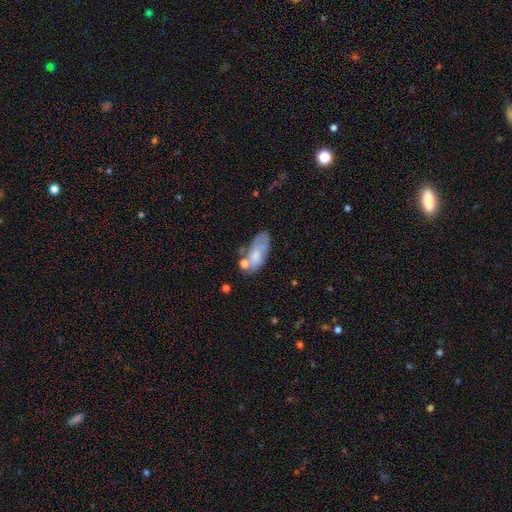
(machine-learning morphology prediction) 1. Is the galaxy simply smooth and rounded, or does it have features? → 62% smooth, 31% featured or disk, 8% star or artifact.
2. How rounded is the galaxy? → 87% in between, 9% cigar-shaped, 4% round.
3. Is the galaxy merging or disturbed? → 41% none, 26% minor disturbance, 19% merger, 14% major disturbance.